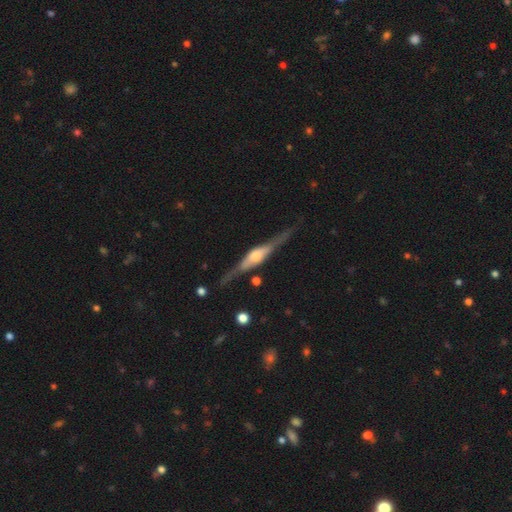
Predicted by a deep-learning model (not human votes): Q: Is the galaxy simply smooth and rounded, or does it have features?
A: featured or disk — 83%.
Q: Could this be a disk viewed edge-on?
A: yes — 97%.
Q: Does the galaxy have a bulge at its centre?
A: rounded — 74%.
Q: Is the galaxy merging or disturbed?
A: none — 83%.